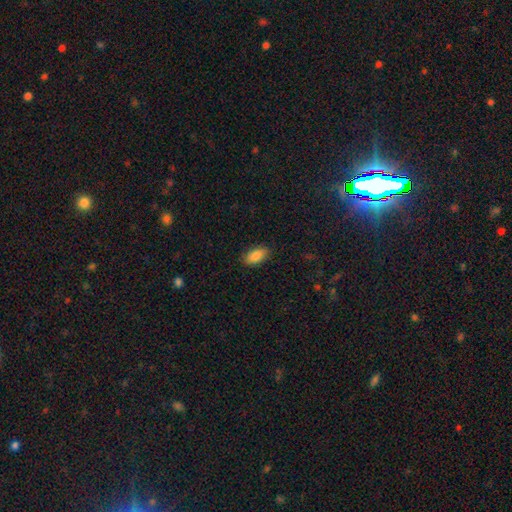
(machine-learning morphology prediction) type=smooth (86%); roundness=in between (90%); merging=none (86%).